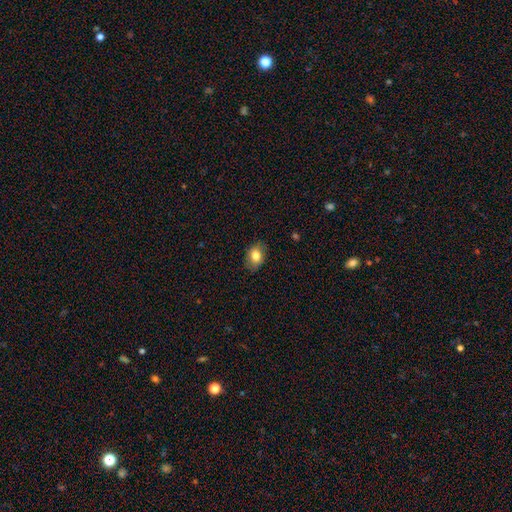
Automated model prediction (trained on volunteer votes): Smooth or featured: smooth — 81% (featured or disk — 10%)
How rounded: in between — 72% (round — 26%)
Merging: none — 83% (minor disturbance — 14%)